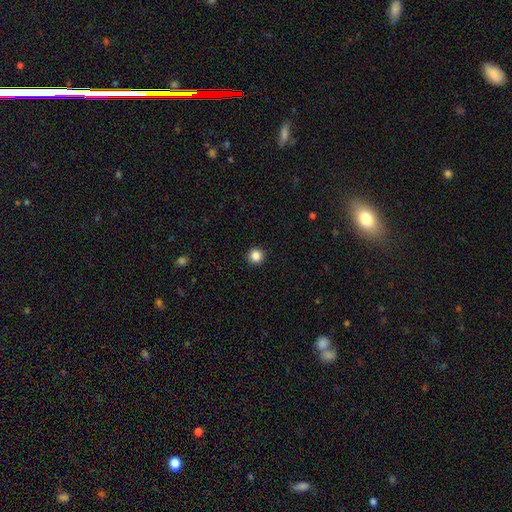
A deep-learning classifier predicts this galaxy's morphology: A smooth galaxy with no disk features (86%) that is round (95%).

Vote fractions:
- Smooth or featured? smooth: 86% / star or artifact: 10% / featured or disk: 3%
- How rounded? round: 95% / in between: 4% / cigar-shaped: 1%
- Merging? none: 94% / minor disturbance: 4% / major disturbance: 1% / merger: 1%